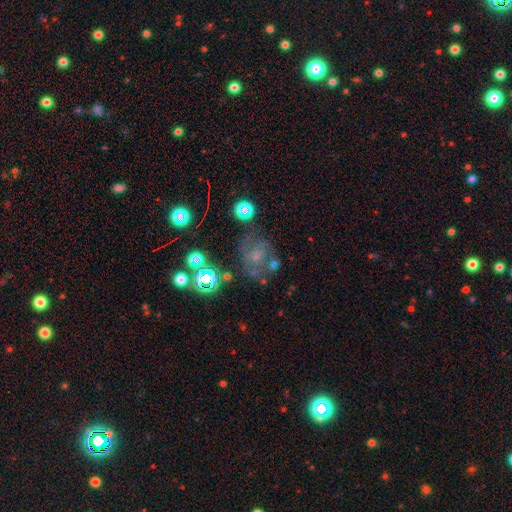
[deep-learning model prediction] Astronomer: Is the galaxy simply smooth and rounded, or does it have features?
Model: featured or disk — 47% (runner-up: smooth, 28%).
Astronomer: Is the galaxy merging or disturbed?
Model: none — 53%.